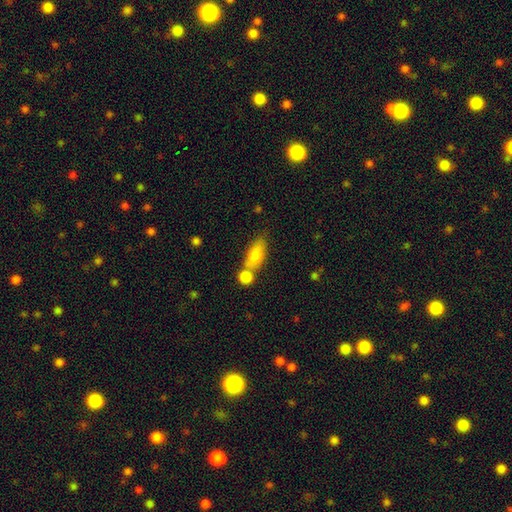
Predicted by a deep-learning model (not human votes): Q: Smooth or featured?
A: smooth (77%); runner-up: featured or disk (16%)
Q: How rounded?
A: in between (78%); runner-up: cigar-shaped (16%)
Q: Merging?
A: none (47%); runner-up: merger (35%)